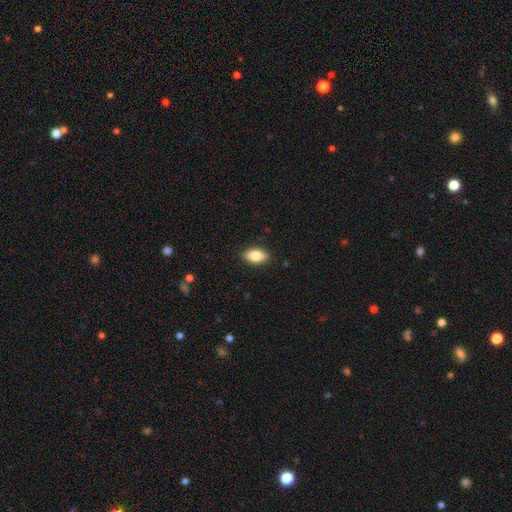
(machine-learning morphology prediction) Q: Smooth or featured?
A: smooth (80%); runner-up: featured or disk (12%)
Q: How rounded?
A: in between (88%); runner-up: round (7%)
Q: Merging?
A: none (89%); runner-up: minor disturbance (8%)